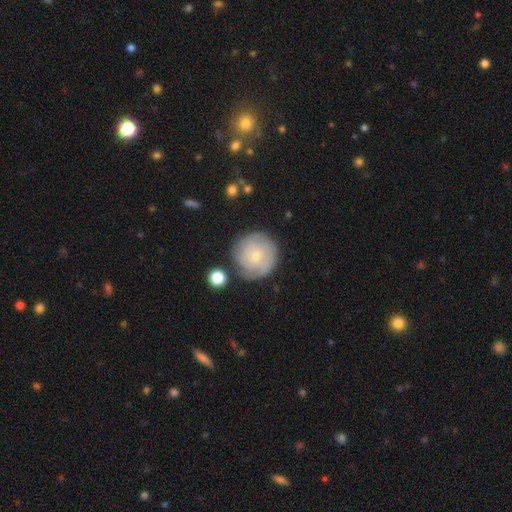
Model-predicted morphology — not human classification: The model was most divided on "smooth or featured": featured or disk: 53%, smooth: 40%, star or artifact: 7%. More confident: edge-on disk — no (98%); bar — no (82%); spiral arms — yes (79%); merging — none (74%); bulge size — small (69%).